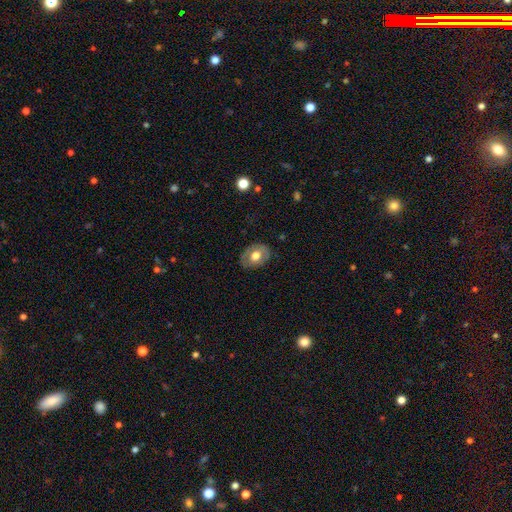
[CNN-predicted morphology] Smooth or featured? Predicted: smooth (p=0.57). How rounded? Predicted: in between (p=0.68). Merging? Predicted: none (p=0.79).